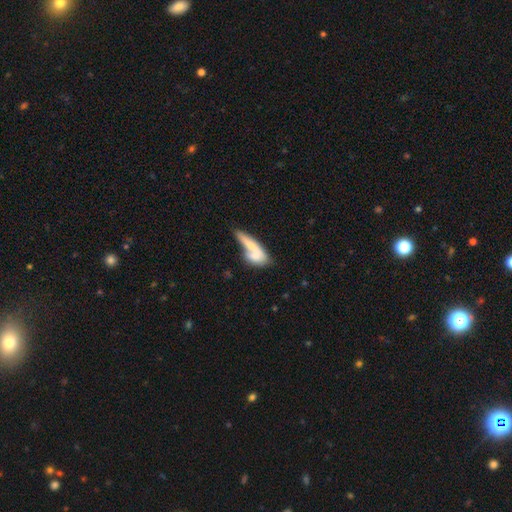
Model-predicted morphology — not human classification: A smooth galaxy with no disk features (66%) that is in between round and cigar-shaped (49%).

Vote fractions:
- Smooth or featured? smooth: 66% / featured or disk: 27% / star or artifact: 7%
- How rounded? in between: 49% / cigar-shaped: 45% / round: 6%
- Merging? merger: 52% / none: 28% / minor disturbance: 11% / major disturbance: 8%